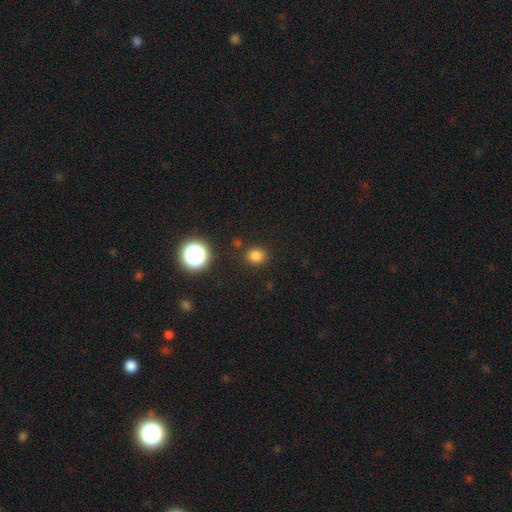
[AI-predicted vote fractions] Morphology: type=smooth (80%); roundness=round (76%); merging=none (85%).